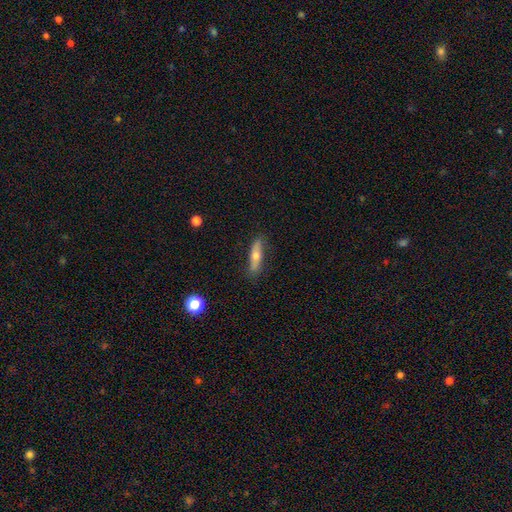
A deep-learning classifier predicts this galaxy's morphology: smooth-or-featured: smooth: 47% | featured or disk: 45% | star or artifact: 8%
  merging: none: 83% | minor disturbance: 13% | major disturbance: 3% | merger: 1%